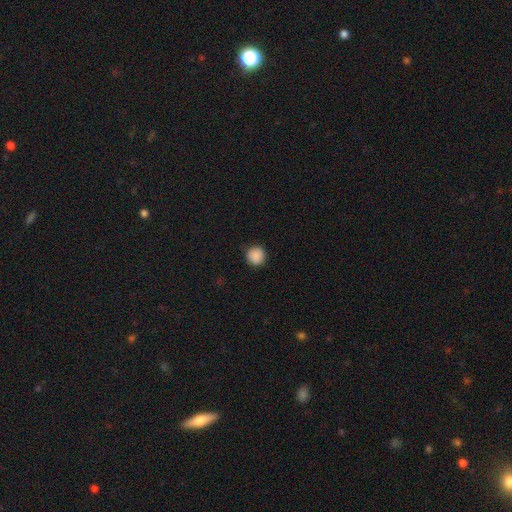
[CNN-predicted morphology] A smooth galaxy with no disk features (89%) that is round (94%). Merging: none (89%).